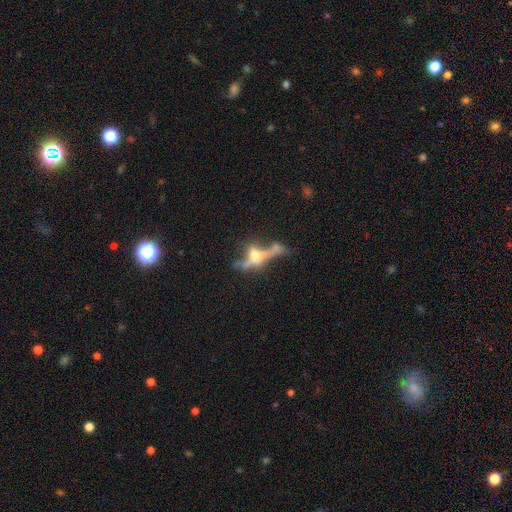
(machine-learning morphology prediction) smooth_or_featured: featured or disk (p=0.65) [alt: smooth p=0.22]
disk_edge_on: yes (p=0.66) [alt: no p=0.34]
merging: none (p=0.34) [alt: major disturbance p=0.27]